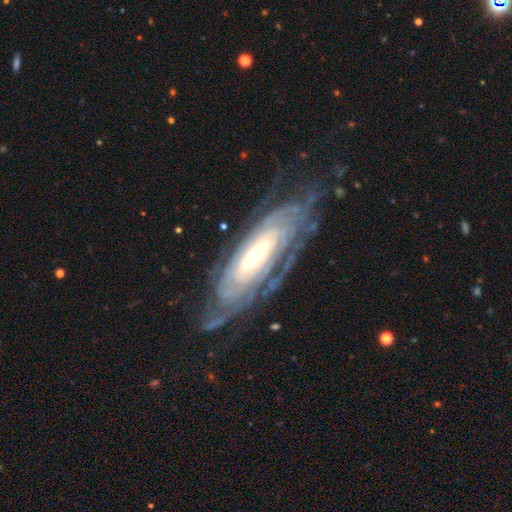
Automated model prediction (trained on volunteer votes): Overall: featured or disk (87%). Edge-on disk: no (87%). Bar: no (45%; weak 30%). Spiral arms: yes (95%). Spiral arm count: can't tell (43%; 2 15%). Spiral winding: tight (77%). Bulge size: moderate (47%; small 34%). Merging: none (68%).